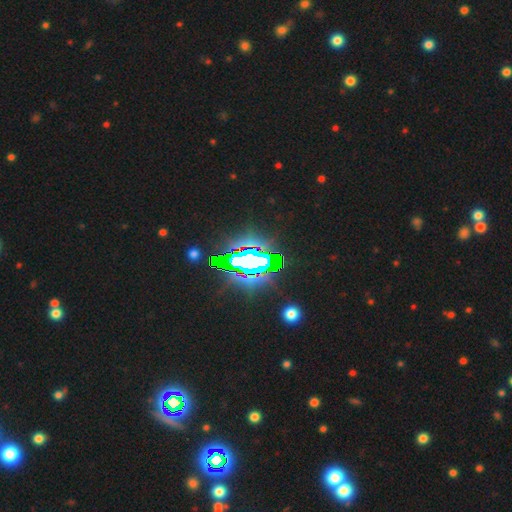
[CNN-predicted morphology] This is likely a star or artifact rather than a galaxy (71%).